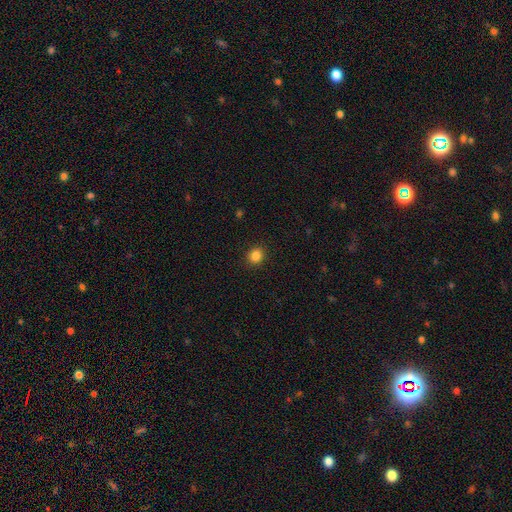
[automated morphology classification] Overall: smooth (85%). How rounded: round (83%). Merging: none (91%).